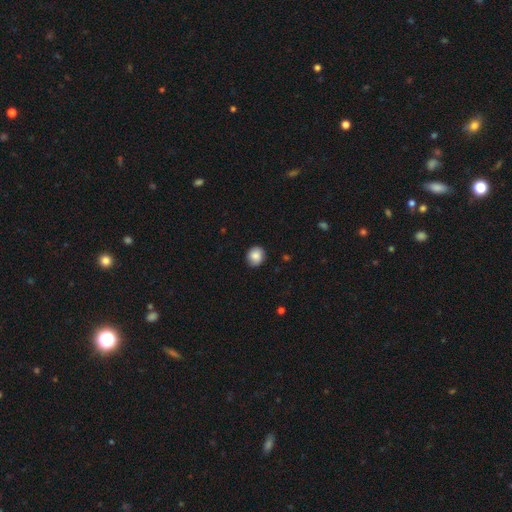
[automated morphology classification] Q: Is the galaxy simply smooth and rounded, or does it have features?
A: smooth — 84%.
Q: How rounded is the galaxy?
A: round — 76%.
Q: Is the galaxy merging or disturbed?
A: none — 87%.